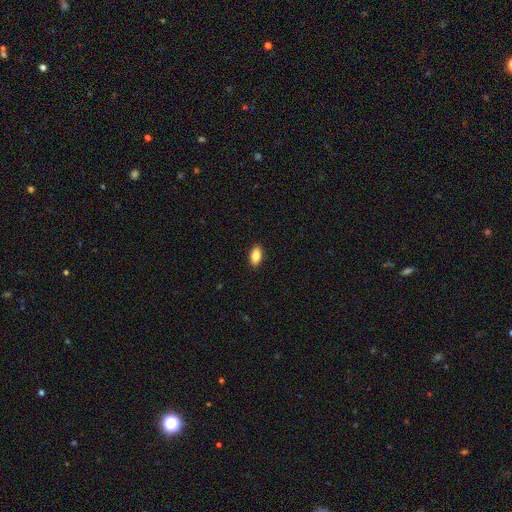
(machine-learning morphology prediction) Smooth or featured? Predicted: smooth (p=0.85). How rounded? Predicted: in between (p=0.92). Merging? Predicted: none (p=0.90).